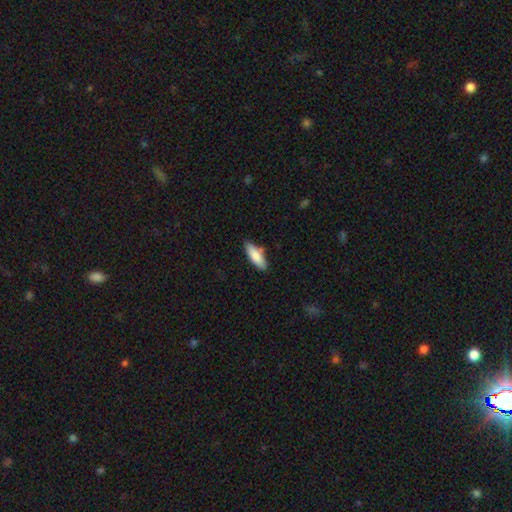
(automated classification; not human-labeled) A smooth galaxy with no disk features (84%) that is in between round and cigar-shaped (61%).

Vote fractions:
- Smooth or featured? smooth: 84% / featured or disk: 10% / star or artifact: 6%
- How rounded? in between: 61% / cigar-shaped: 38% / round: 2%
- Merging? none: 77% / minor disturbance: 16% / merger: 4% / major disturbance: 3%